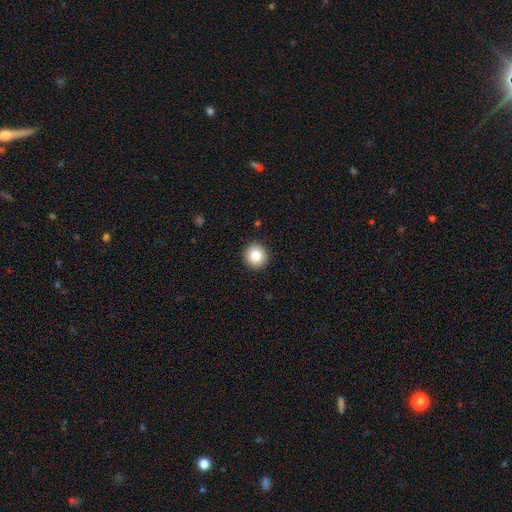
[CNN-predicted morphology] This is clearly a smooth galaxy (85%). How rounded: clearly round (92%). Merging: clearly none (92%).